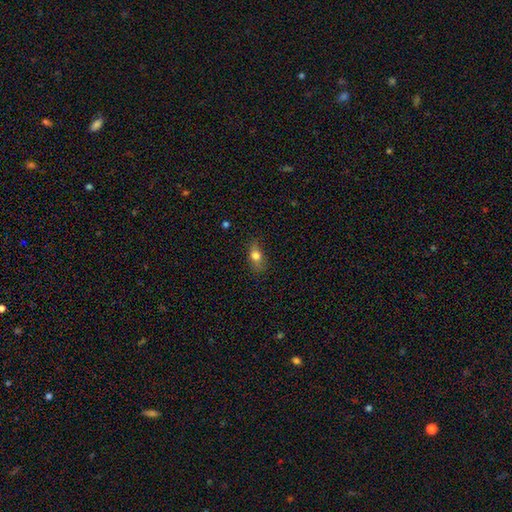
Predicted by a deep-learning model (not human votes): A smooth galaxy with no disk features (69%) that is in between round and cigar-shaped (69%).

Vote fractions:
- Smooth or featured? smooth: 69% / featured or disk: 20% / star or artifact: 11%
- How rounded? in between: 69% / round: 18% / cigar-shaped: 13%
- Merging? none: 68% / minor disturbance: 23% / major disturbance: 7% / merger: 2%